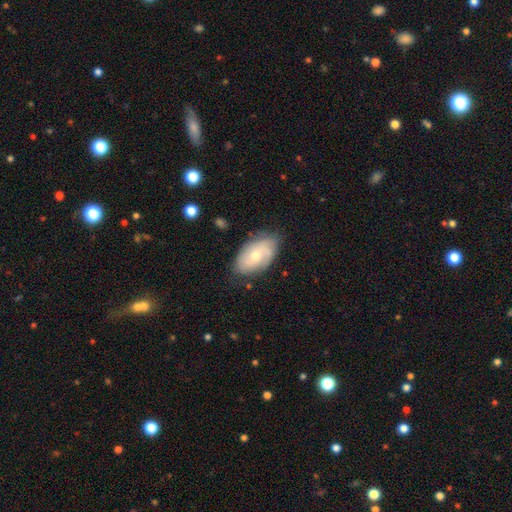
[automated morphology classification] Smooth or featured? featured or disk (57%)
Edge-on disk? no (94%)
Bar? no (70%)
Spiral arms? yes (80%)
Bulge size? moderate (57%)
Merging? none (71%)